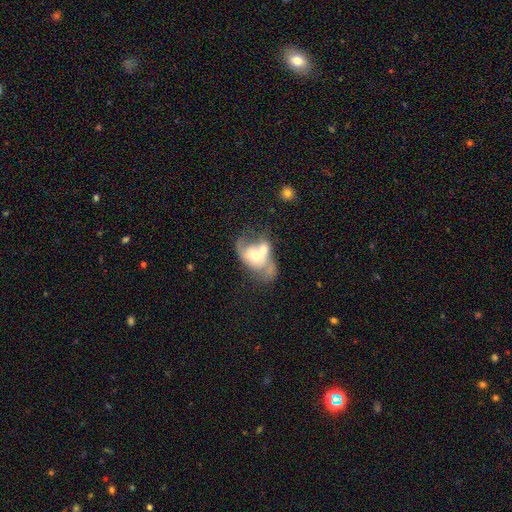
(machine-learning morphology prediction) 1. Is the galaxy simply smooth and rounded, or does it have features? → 61% featured or disk, 32% smooth, 7% star or artifact.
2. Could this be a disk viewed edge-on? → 96% no, 4% yes.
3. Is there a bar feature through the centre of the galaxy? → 74% no, 20% weak, 6% strong.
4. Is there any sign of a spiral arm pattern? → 58% yes, 42% no.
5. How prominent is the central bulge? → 63% moderate, 23% small, 9% large, 2% none, 2% dominant.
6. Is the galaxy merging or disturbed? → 59% merger, 16% none, 15% major disturbance, 10% minor disturbance.